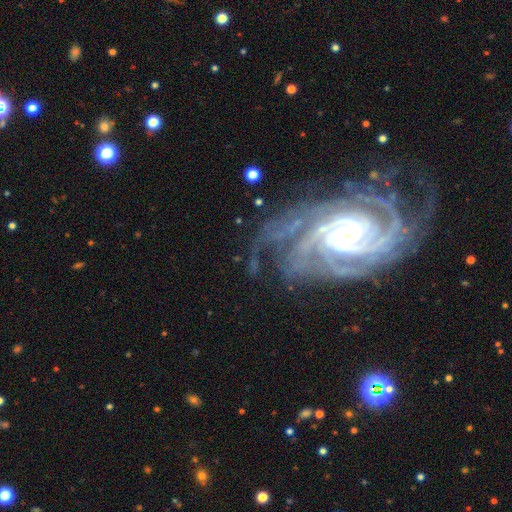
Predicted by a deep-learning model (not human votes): This appears to be a featured or disk galaxy (90%) with no bar (47%), 4 (23%) tight (75%) spiral arms (99%) and a small central bulge (69%). Merging: none (71%).